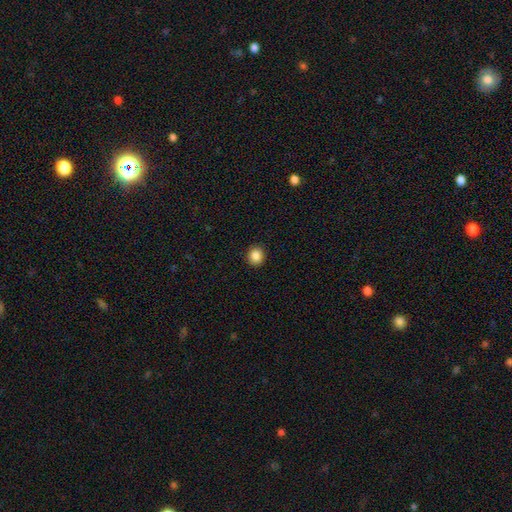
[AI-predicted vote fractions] Smooth or featured?
  - smooth: 87% *
  - star or artifact: 10%
  - featured or disk: 4%
How rounded?
  - round: 88% *
  - in between: 11%
  - cigar-shaped: 1%
Merging?
  - none: 93% *
  - minor disturbance: 5%
  - major disturbance: 2%
  - merger: 1%